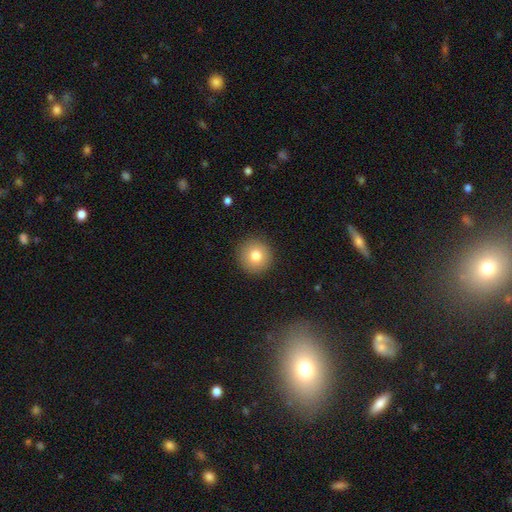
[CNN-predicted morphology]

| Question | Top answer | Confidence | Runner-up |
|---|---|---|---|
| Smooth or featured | smooth | 79% | featured or disk (11%) |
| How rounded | round | 95% | in between (4%) |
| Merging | none | 92% | minor disturbance (5%) |